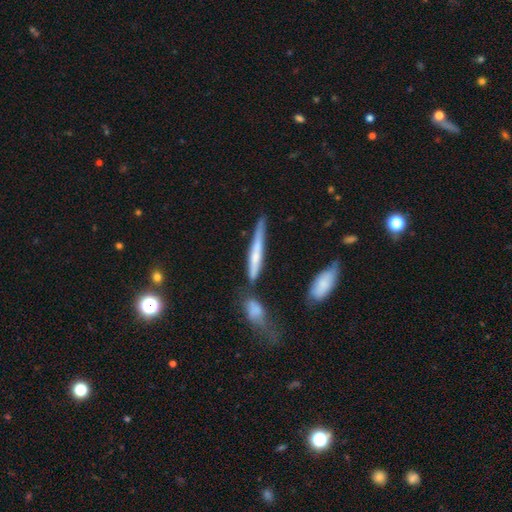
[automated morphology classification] Smooth or featured? Predicted: smooth (p=0.49). Merging? Predicted: none (p=0.57).